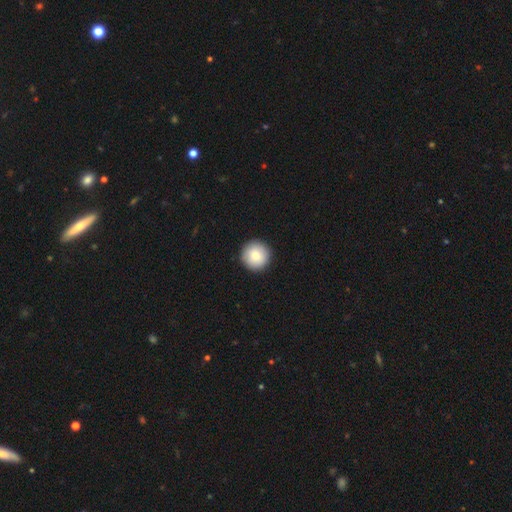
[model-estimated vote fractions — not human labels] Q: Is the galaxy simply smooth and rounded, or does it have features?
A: smooth — 83%.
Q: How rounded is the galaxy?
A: round — 96%.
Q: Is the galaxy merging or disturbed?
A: none — 92%.